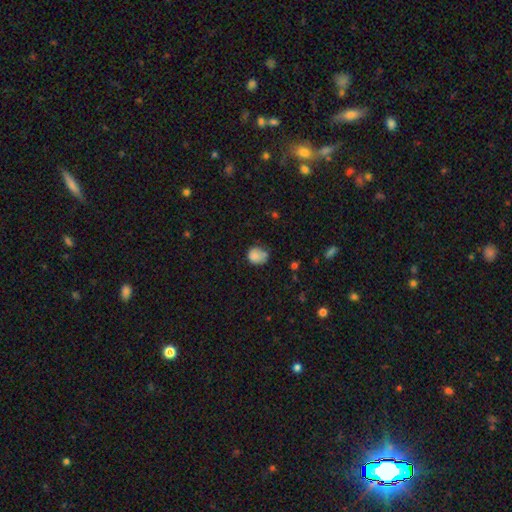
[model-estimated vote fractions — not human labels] smooth 82%, star or artifact 10%, featured or disk 9%. Down the decision tree: how rounded — round (70%); merging — none (55%).